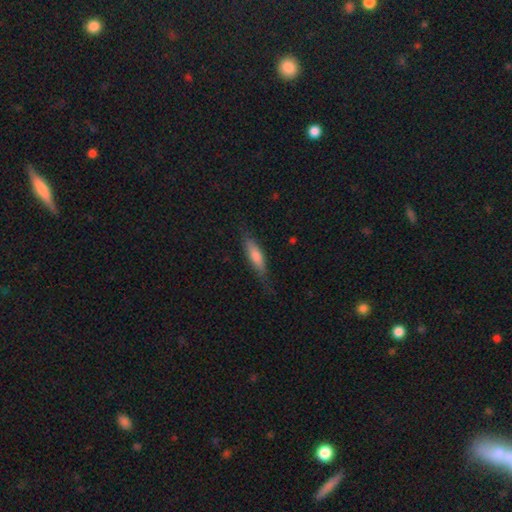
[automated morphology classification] smooth_or_featured: smooth (p=0.56) [alt: featured or disk p=0.37]
how_rounded: cigar-shaped (p=0.78) [alt: in between p=0.20]
merging: none (p=0.79) [alt: minor disturbance p=0.16]